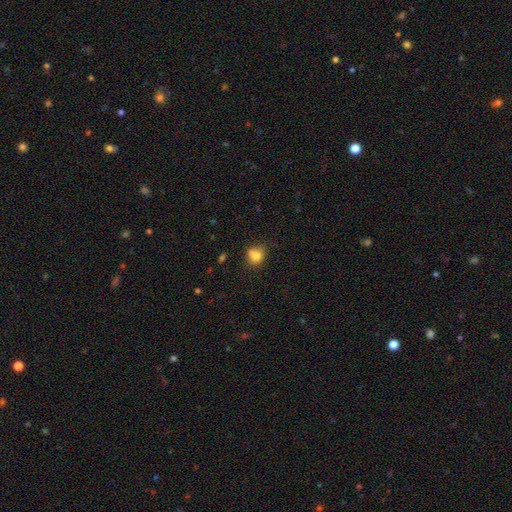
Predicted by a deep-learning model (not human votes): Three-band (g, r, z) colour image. It shows a smooth galaxy with no disk features (78%) that is round (67%). Merging: none (50%).